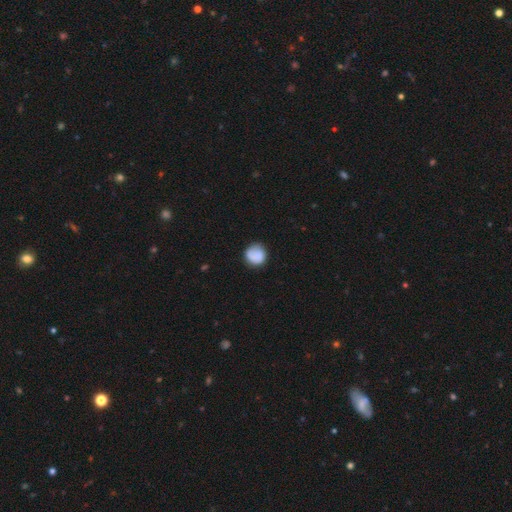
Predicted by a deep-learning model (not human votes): Overall: smooth (80%). How rounded: round (90%). Merging: none (76%).